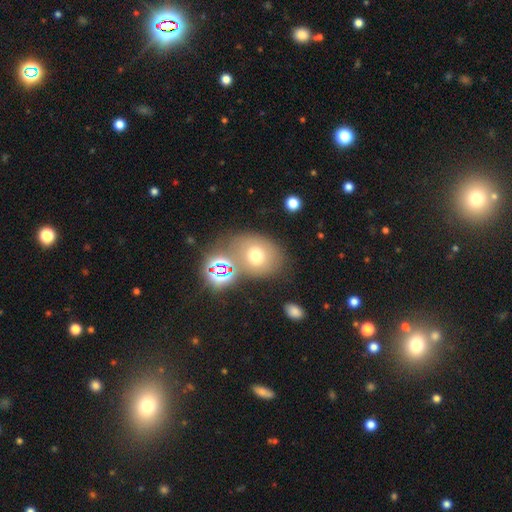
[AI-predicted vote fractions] Morphology: type=smooth (65%); roundness=round (57%); merging=none (62%).